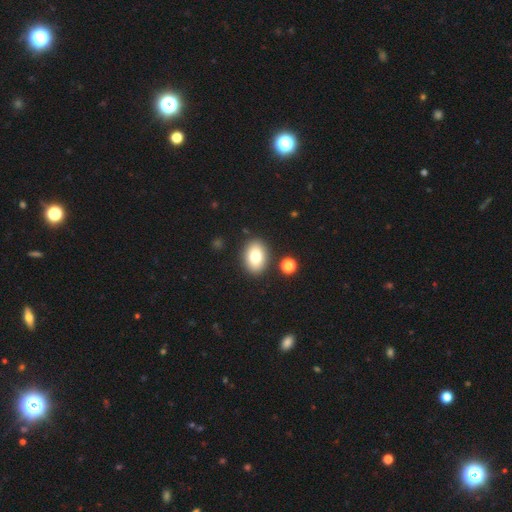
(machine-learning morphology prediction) type=smooth (78%); roundness=in between (79%); merging=none (86%).